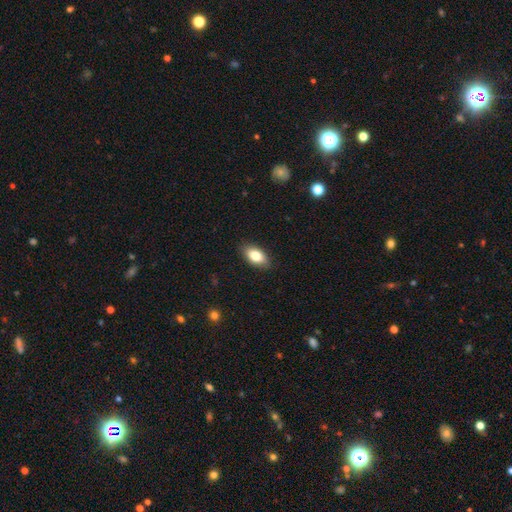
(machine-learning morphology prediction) This appears to be a smooth galaxy with no disk features (81%) that is in between round and cigar-shaped (92%). Merging: none (88%).